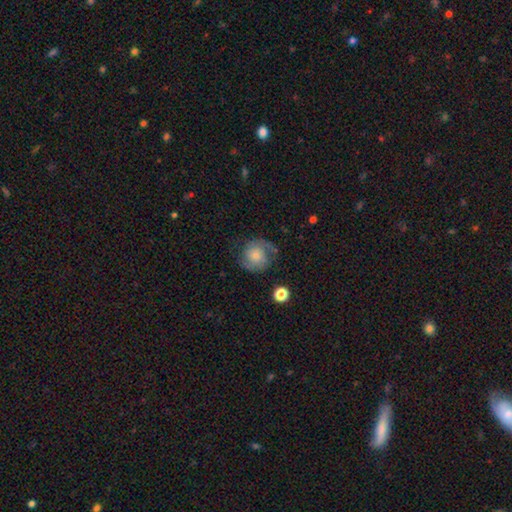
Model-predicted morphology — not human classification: Overall: featured or disk (66%). Edge-on disk: no (98%). Bar: no (75%). Spiral arms: yes (92%). Spiral arm count: 2 (83%). Spiral winding: medium (44%; tight 35%). Bulge size: small (45%; moderate 36%). Merging: none (72%).